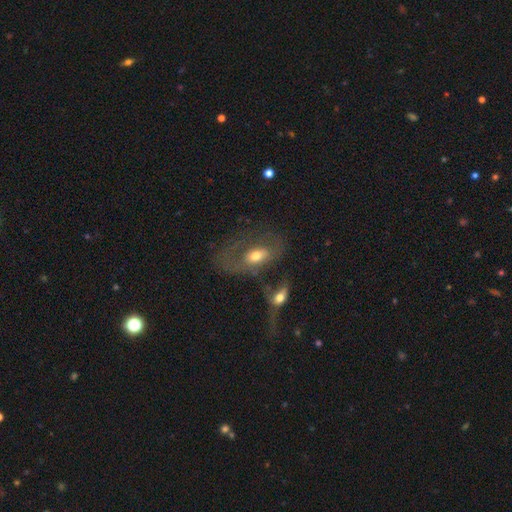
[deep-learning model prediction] Morphology: type=featured or disk (47%); merging=none (31%).